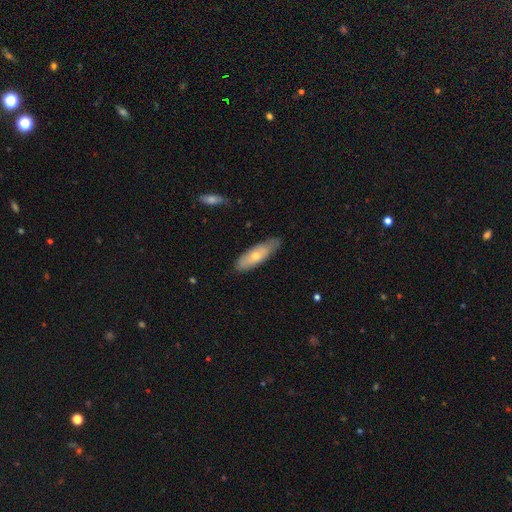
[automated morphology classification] A smooth galaxy with no disk features (54%) that is in between round and cigar-shaped (52%). Merging: none (76%).